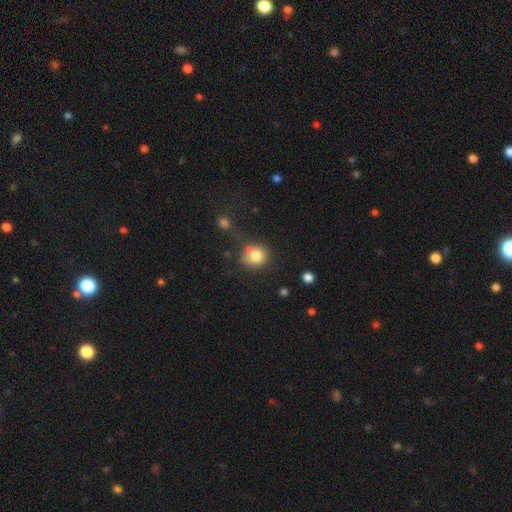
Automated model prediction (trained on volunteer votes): Morphology: type=smooth (79%); roundness=round (82%); merging=none (58%).